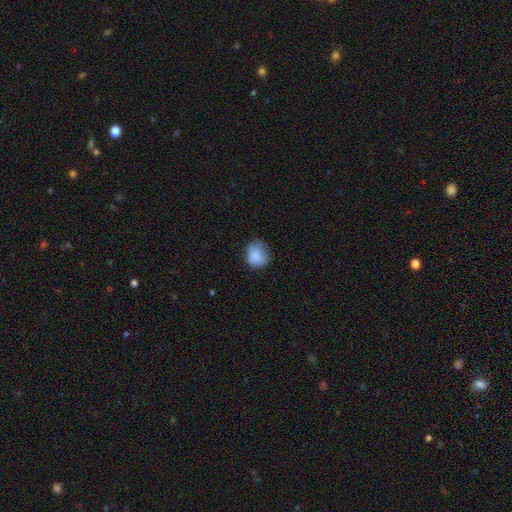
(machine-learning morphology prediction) A smooth galaxy with no disk features (83%) that is round (73%). Merging: none (62%).